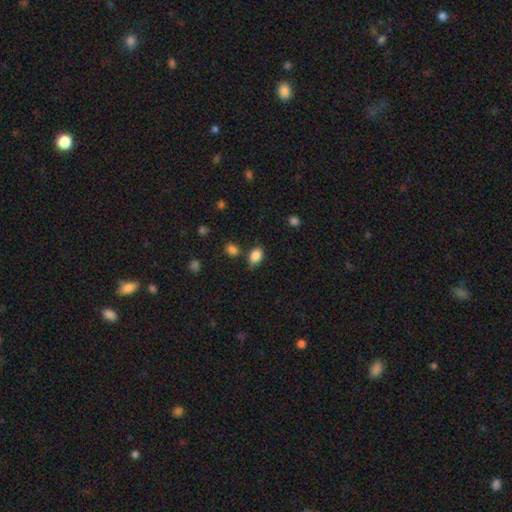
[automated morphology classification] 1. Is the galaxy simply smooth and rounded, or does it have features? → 86% smooth, 9% star or artifact, 5% featured or disk.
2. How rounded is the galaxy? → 83% in between, 16% round, 1% cigar-shaped.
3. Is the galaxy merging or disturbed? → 70% none, 19% minor disturbance, 7% merger, 4% major disturbance.